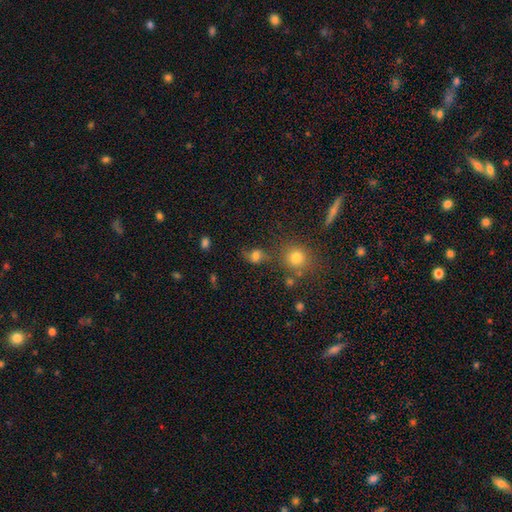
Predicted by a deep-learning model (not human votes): A smooth galaxy with no disk features (67%) that is round (56%). Merging: none (52%).